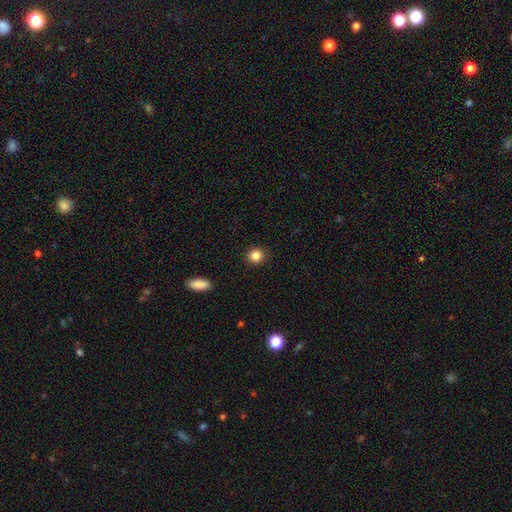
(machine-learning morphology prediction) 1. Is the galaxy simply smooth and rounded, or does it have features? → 85% smooth, 11% star or artifact, 4% featured or disk.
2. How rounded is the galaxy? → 91% round, 8% in between, 1% cigar-shaped.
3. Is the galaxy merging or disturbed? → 91% none, 6% minor disturbance, 2% major disturbance, 1% merger.